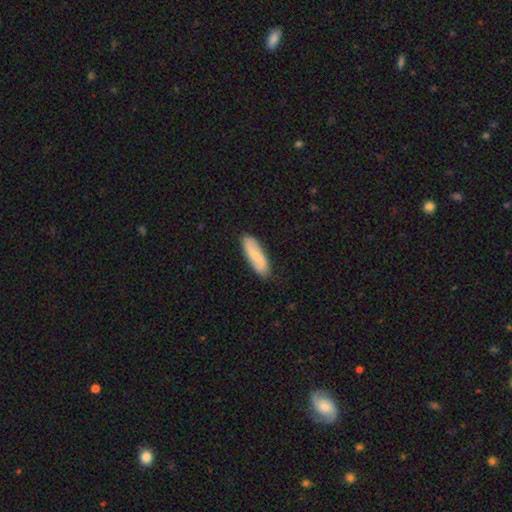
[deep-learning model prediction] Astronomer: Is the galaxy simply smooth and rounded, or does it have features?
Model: smooth — 62%.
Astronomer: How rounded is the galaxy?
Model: in between — 52% (runner-up: cigar-shaped, 46%).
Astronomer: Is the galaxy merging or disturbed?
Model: none — 84%.